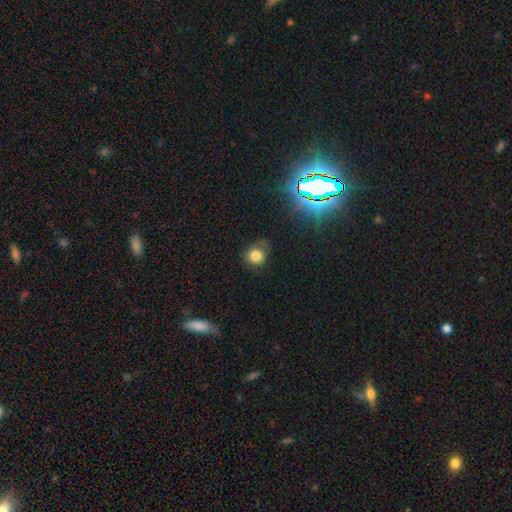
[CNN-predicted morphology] type=smooth (78%); roundness=round (82%); merging=none (61%).